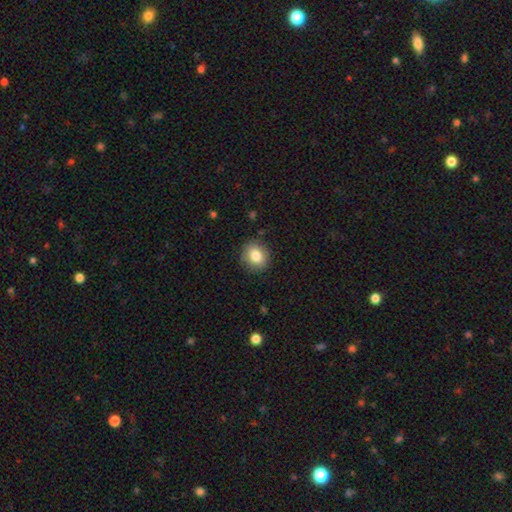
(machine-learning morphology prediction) Smooth or featured? Predicted: smooth (p=0.83). How rounded? Predicted: round (p=0.70). Merging? Predicted: none (p=0.87).